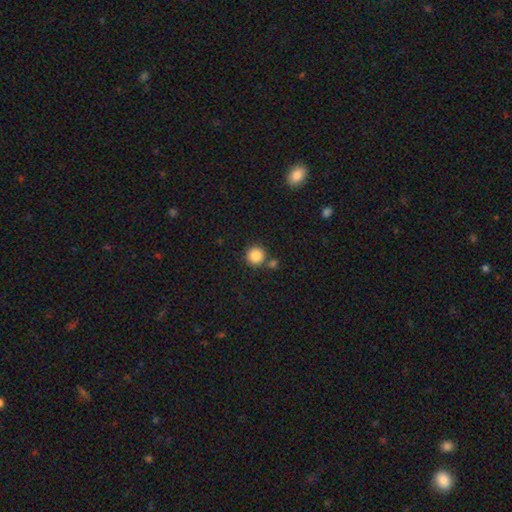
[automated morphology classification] smooth_or_featured: smooth (p=0.86) [alt: star or artifact p=0.10]
how_rounded: round (p=0.94) [alt: in between p=0.05]
merging: none (p=0.78) [alt: merger p=0.12]